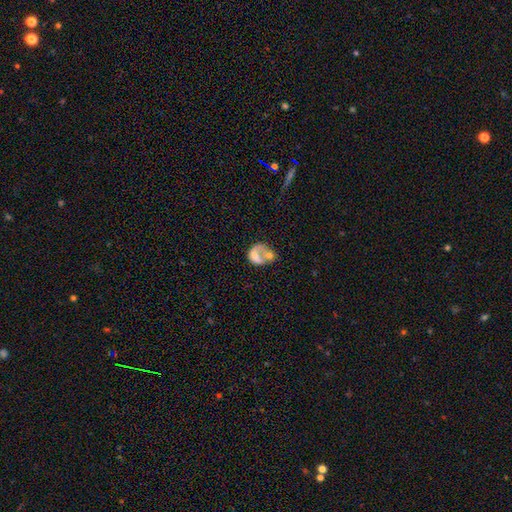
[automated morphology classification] Smooth or featured?
  - smooth: 52% *
  - featured or disk: 38%
  - star or artifact: 10%
How rounded?
  - round: 51% *
  - in between: 47%
  - cigar-shaped: 1%
Merging?
  - merger: 37% *
  - major disturbance: 27%
  - none: 23%
  - minor disturbance: 13%